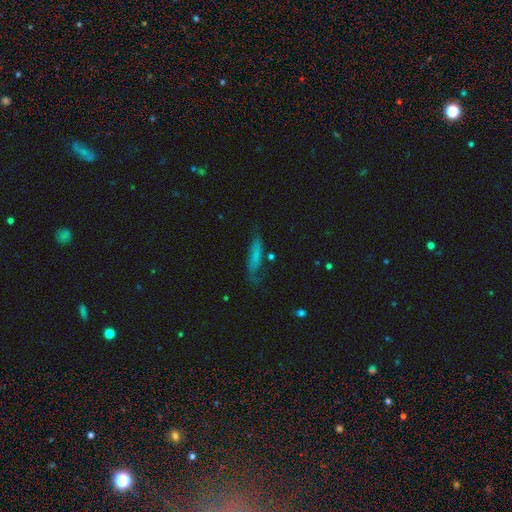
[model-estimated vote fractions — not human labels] smooth 61%, featured or disk 29%, star or artifact 10%. Down the decision tree: how rounded — cigar-shaped (72%); merging — none (59%).